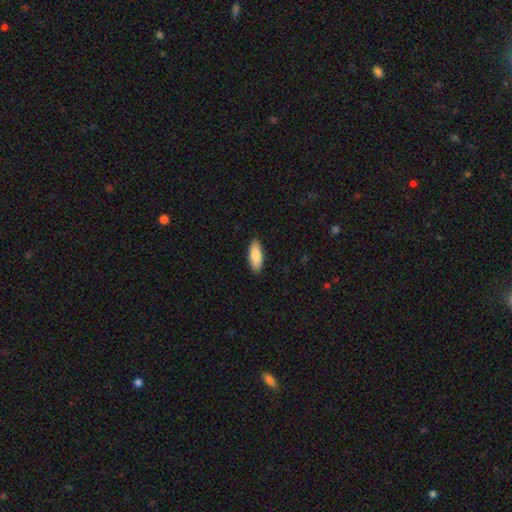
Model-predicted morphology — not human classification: A smooth galaxy with no disk features (85%) that is in between round and cigar-shaped (73%).

Vote fractions:
- Smooth or featured? smooth: 85% / featured or disk: 9% / star or artifact: 5%
- How rounded? in between: 73% / cigar-shaped: 26% / round: 2%
- Merging? none: 89% / minor disturbance: 8% / major disturbance: 2% / merger: 1%